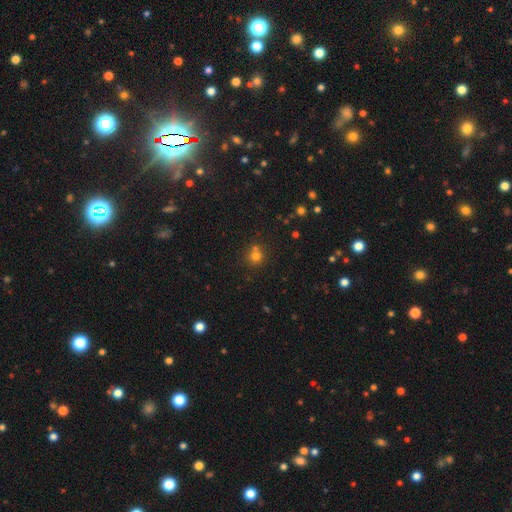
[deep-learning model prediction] Smooth or featured? smooth (74%)
How rounded? round (90%)
Merging? none (64%)